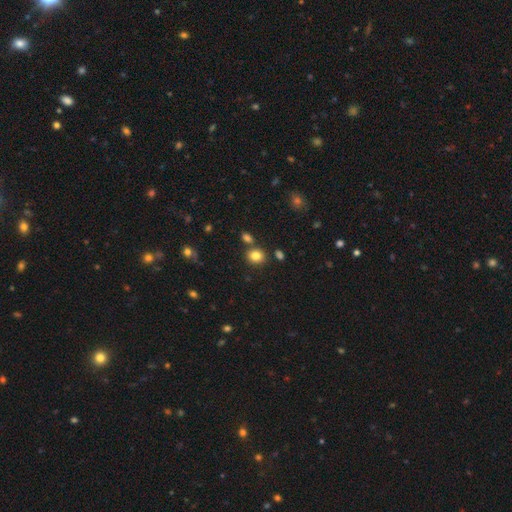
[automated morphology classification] Overall: smooth (82%). How rounded: round (69%; in between 30%). Merging: none (75%).